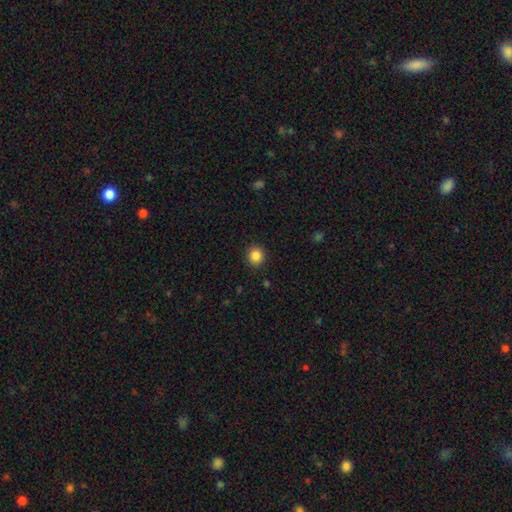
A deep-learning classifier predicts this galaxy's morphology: This appears to be a smooth galaxy with no disk features (85%) that is round (91%). Merging: none (91%).